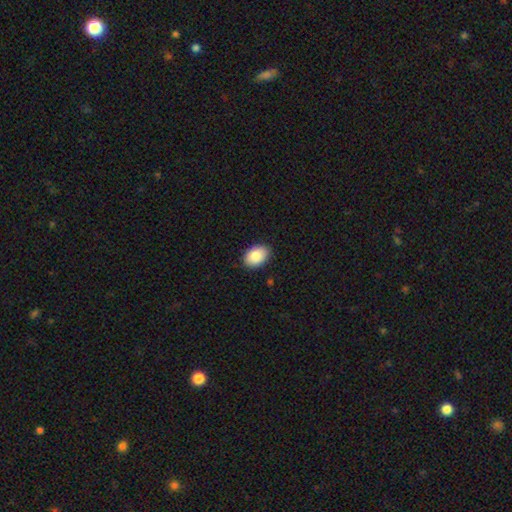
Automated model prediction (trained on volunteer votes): Morphology: type=smooth (87%); roundness=in between (85%); merging=none (87%).